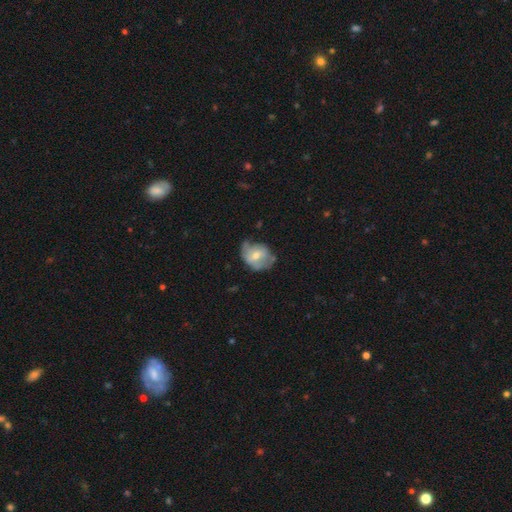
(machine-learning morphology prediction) Smooth or featured? Predicted: featured or disk (p=0.48). Merging? Predicted: none (p=0.43).